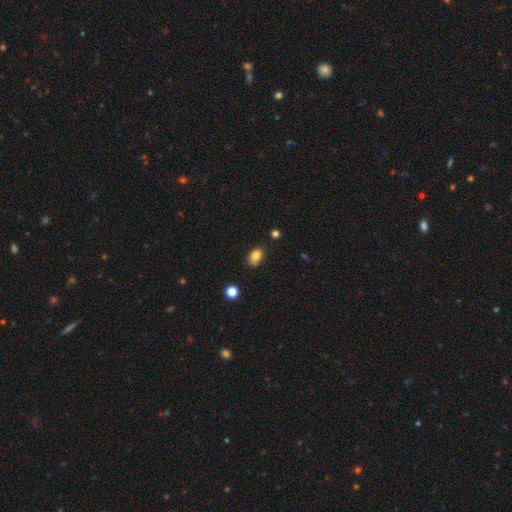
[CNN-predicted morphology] smooth-or-featured: smooth: 83% | star or artifact: 10% | featured or disk: 7%
  how-rounded: in between: 84% | round: 14% | cigar-shaped: 2%
  merging: none: 70% | minor disturbance: 22% | major disturbance: 4% | merger: 4%